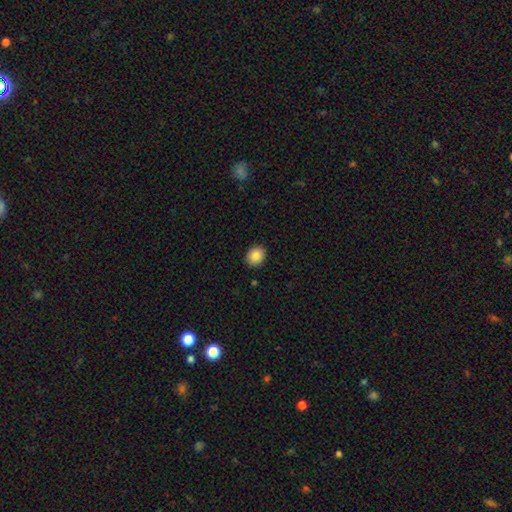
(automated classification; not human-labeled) smooth-or-featured: smooth: 87% | star or artifact: 8% | featured or disk: 5%
  how-rounded: round: 64% | in between: 36% | cigar-shaped: 1%
  merging: none: 90% | minor disturbance: 7% | major disturbance: 2% | merger: 1%